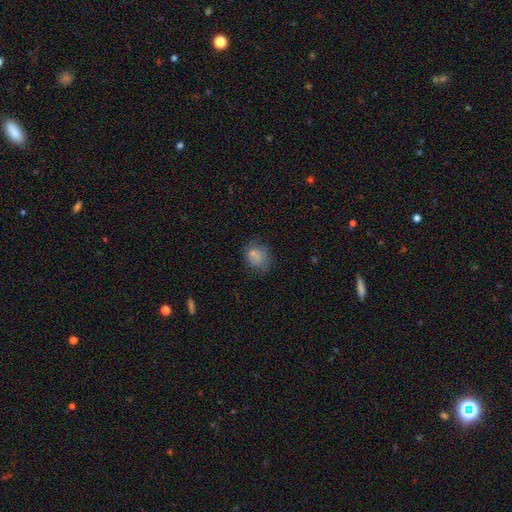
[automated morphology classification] The model was most divided on "how rounded": round: 64%, in between: 34%, cigar-shaped: 1%. More confident: smooth or featured — smooth (74%); merging — none (58%).